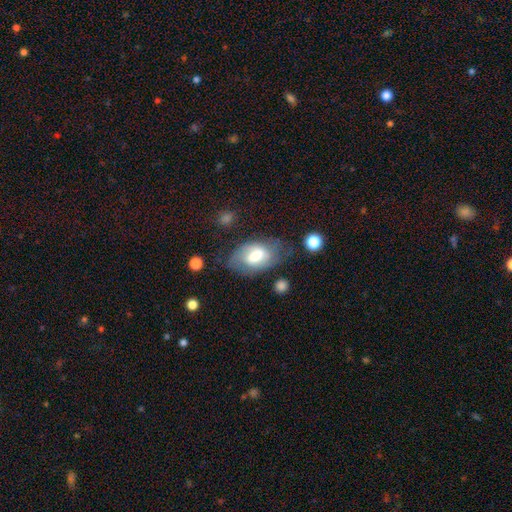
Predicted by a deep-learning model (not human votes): Morphology: type=smooth (52%); roundness=in between (90%); merging=none (54%).